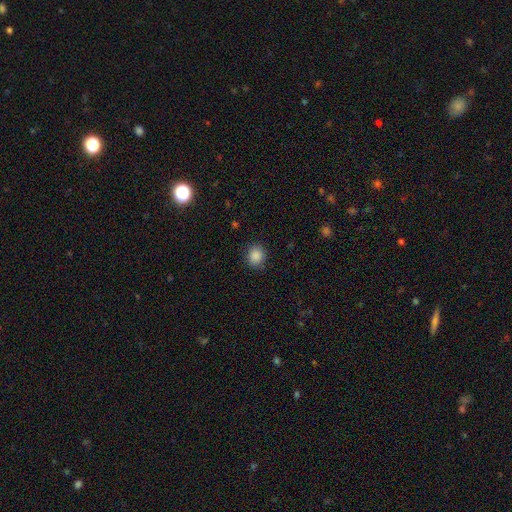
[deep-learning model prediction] The model was most divided on "how rounded": round: 76%, in between: 23%, cigar-shaped: 1%. More confident: merging — none (88%); smooth or featured — smooth (87%).